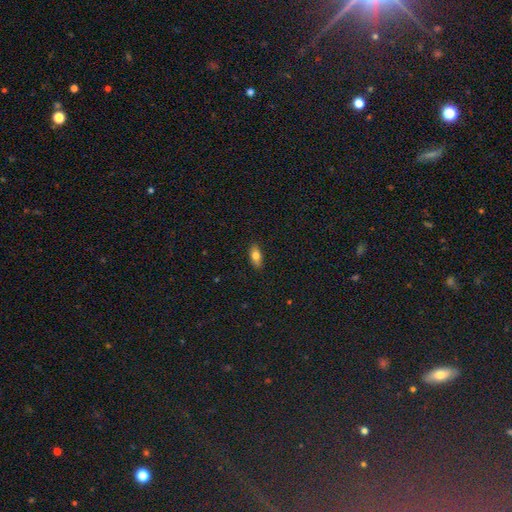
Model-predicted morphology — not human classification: This appears to be a smooth galaxy with no disk features (79%) that is in between round and cigar-shaped (85%). Merging: none (87%).